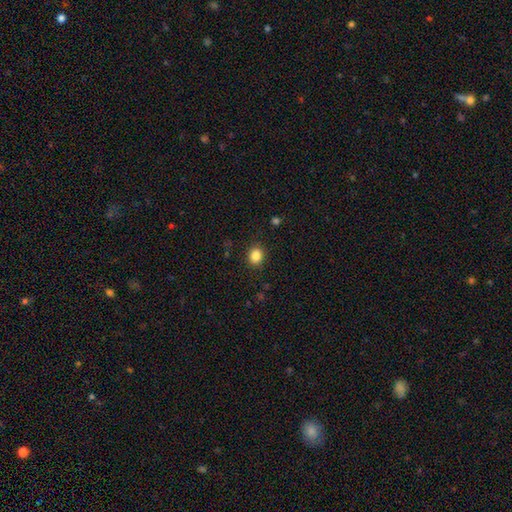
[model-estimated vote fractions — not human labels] smooth-or-featured: smooth: 85% | star or artifact: 11% | featured or disk: 4%
  how-rounded: round: 65% | in between: 34% | cigar-shaped: 1%
  merging: none: 89% | minor disturbance: 8% | major disturbance: 2% | merger: 1%